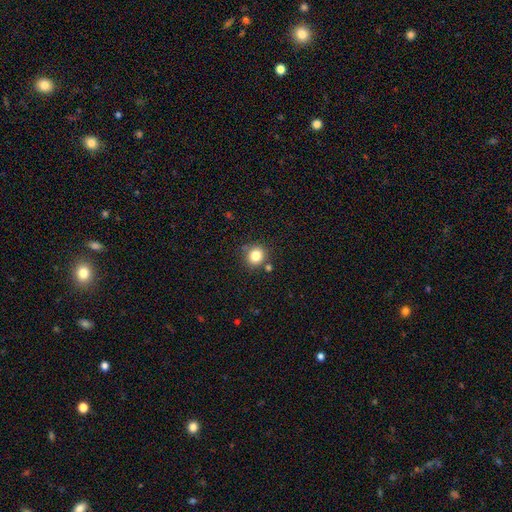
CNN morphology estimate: Smooth or featured? Predicted: smooth (p=0.82). How rounded? Predicted: round (p=0.86). Merging? Predicted: none (p=0.81).